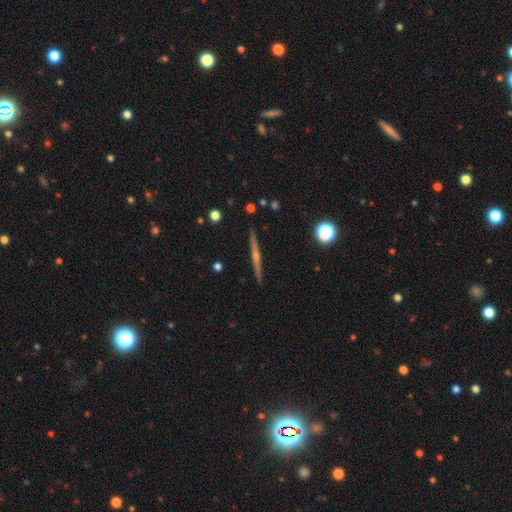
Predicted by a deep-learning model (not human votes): This appears to be a featured or disk galaxy (64%) viewed edge-on (94%) with a rounded central bulge (69%). Merging: none (87%).